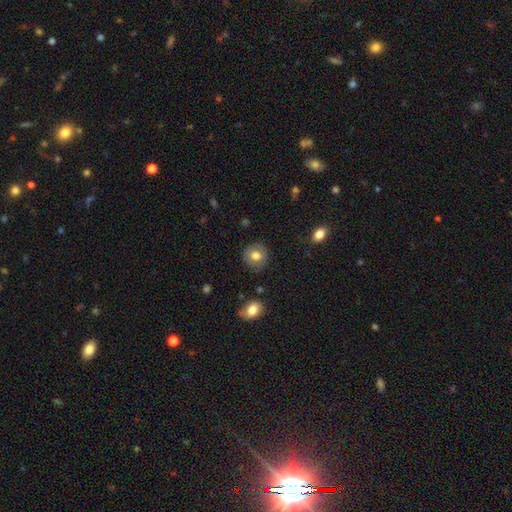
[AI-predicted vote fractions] Smooth or featured? smooth (76%)
How rounded? round (86%)
Merging? none (85%)